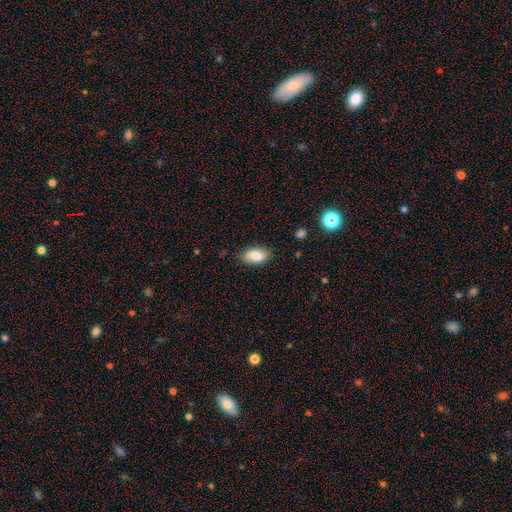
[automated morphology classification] smooth 82%, featured or disk 11%, star or artifact 7%. Down the decision tree: how rounded — in between (92%); merging — none (84%).